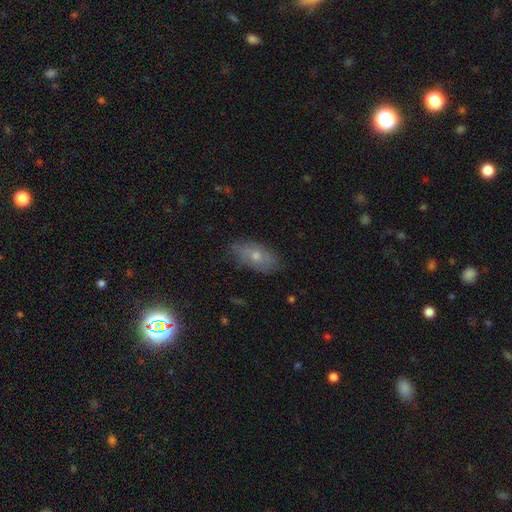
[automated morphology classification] Smooth or featured: smooth — 60% (featured or disk — 30%)
How rounded: in between — 87% (cigar-shaped — 7%)
Merging: none — 75% (minor disturbance — 19%)